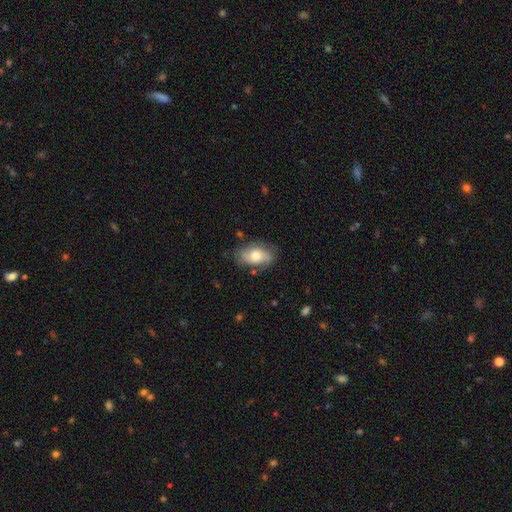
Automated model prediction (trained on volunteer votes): Morphology: type=smooth (56%); roundness=in between (88%); merging=none (69%).